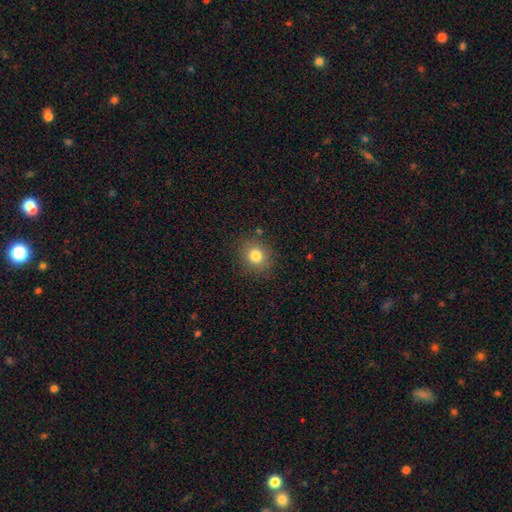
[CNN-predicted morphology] This appears to be a smooth galaxy with no disk features (80%) that is round (78%). Merging: none (87%).